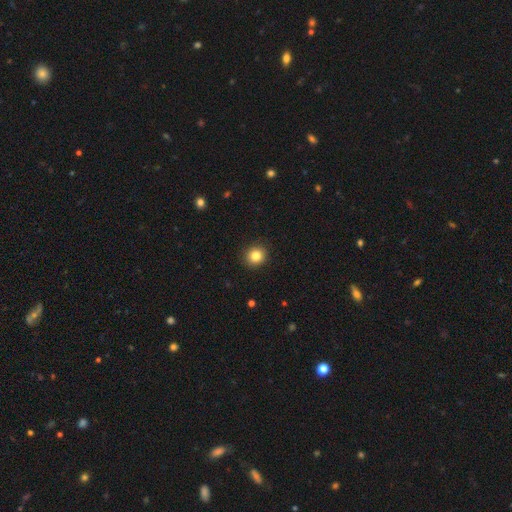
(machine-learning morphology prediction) Smooth or featured? Predicted: smooth (p=0.83). How rounded? Predicted: round (p=0.87). Merging? Predicted: none (p=0.92).